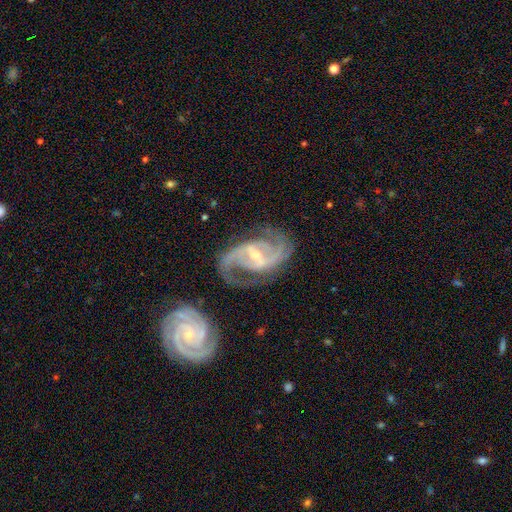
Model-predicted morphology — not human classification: smooth_or_featured: featured or disk (p=0.92) [alt: star or artifact p=0.05]
disk_edge_on: no (p=0.97) [alt: yes p=0.03]
bar: strong (p=0.52) [alt: weak p=0.38]
has_spiral_arms: yes (p=0.98) [alt: no p=0.02]
spiral_winding: medium (p=0.55) [alt: tight p=0.27]
spiral_arm_count: 2 (p=0.76) [alt: 3 p=0.11]
bulge_size: small (p=0.62) [alt: moderate p=0.33]
merging: none (p=0.64) [alt: minor disturbance p=0.17]